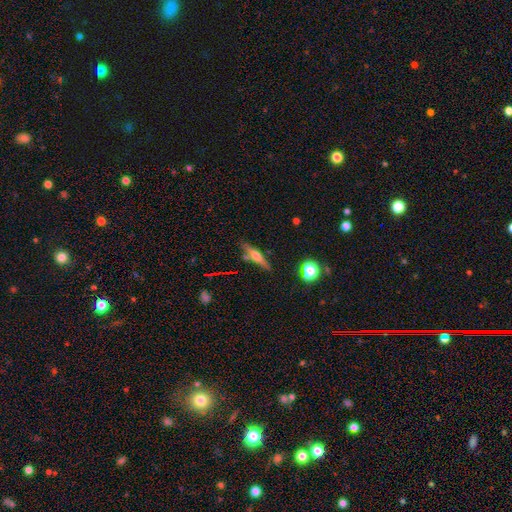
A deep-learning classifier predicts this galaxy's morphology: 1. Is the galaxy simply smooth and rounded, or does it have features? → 56% featured or disk, 35% smooth, 9% star or artifact.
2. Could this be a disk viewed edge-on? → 95% yes, 5% no.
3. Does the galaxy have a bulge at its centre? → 87% rounded, 7% boxy, 6% none.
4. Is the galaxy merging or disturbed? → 78% none, 11% minor disturbance, 7% merger, 3% major disturbance.